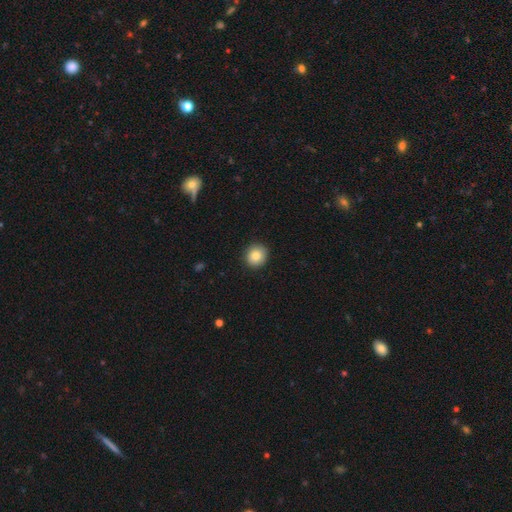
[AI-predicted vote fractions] Smooth or featured? Predicted: smooth (p=0.83). How rounded? Predicted: round (p=0.86). Merging? Predicted: none (p=0.89).